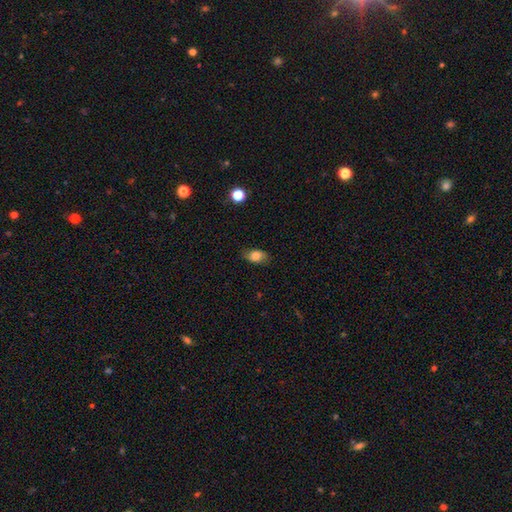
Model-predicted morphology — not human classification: Q: Smooth or featured?
A: smooth (79%); runner-up: featured or disk (12%)
Q: How rounded?
A: in between (85%); runner-up: round (11%)
Q: Merging?
A: none (80%); runner-up: minor disturbance (16%)